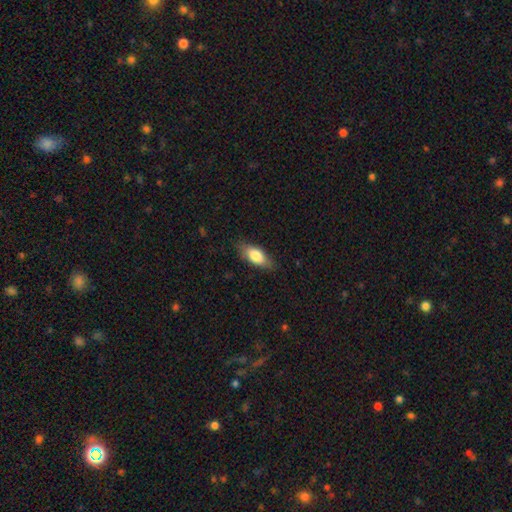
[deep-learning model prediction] A smooth galaxy with no disk features (78%) that is in between round and cigar-shaped (82%). Merging: none (78%).